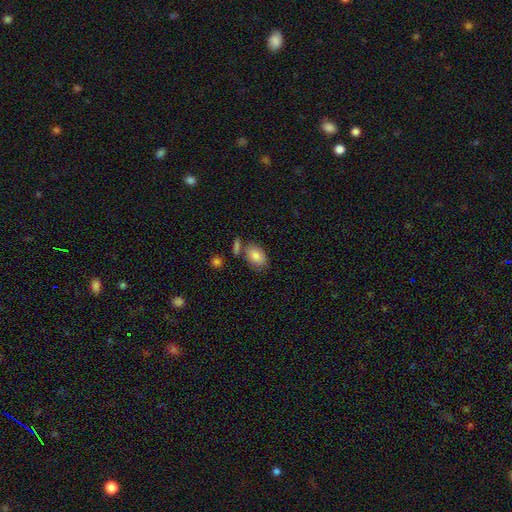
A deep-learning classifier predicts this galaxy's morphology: smooth_or_featured: smooth (p=0.83) [alt: featured or disk p=0.10]
how_rounded: in between (p=0.86) [alt: round p=0.12]
merging: none (p=0.65) [alt: minor disturbance p=0.16]